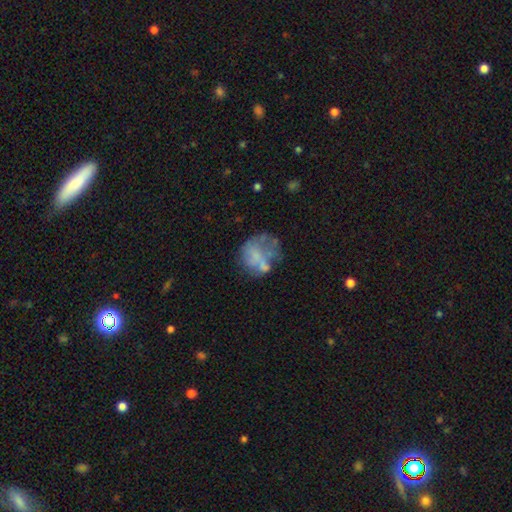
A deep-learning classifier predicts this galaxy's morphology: smooth_or_featured: featured or disk (p=0.45) [alt: smooth p=0.43]
merging: none (p=0.39) [alt: major disturbance p=0.26]